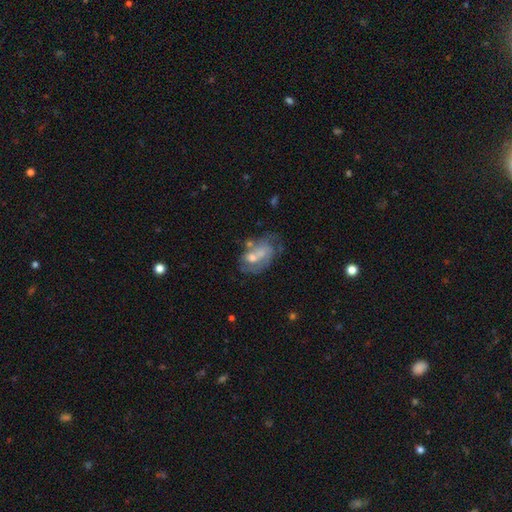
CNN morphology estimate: Smooth or featured: featured or disk — 57% (smooth — 34%)
Edge-on disk: no — 96% (yes — 4%)
Bar: no — 67% (weak — 26%)
Spiral arms: yes — 52% (no — 48%)
Bulge size: moderate — 47% (small — 33%)
Merging: none — 33% (merger — 24%)